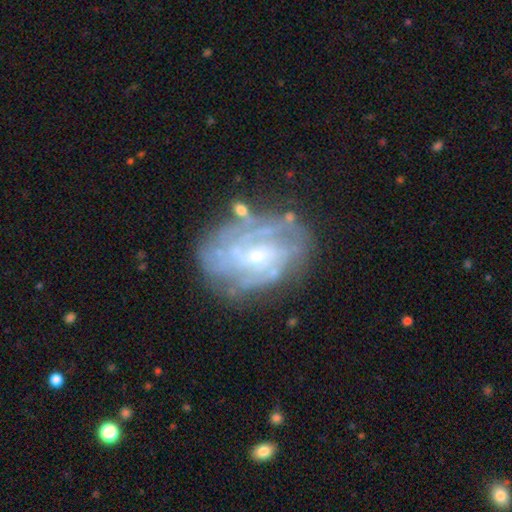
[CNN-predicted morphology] Q: Smooth or featured?
A: featured or disk (82%); runner-up: smooth (11%)
Q: Edge-on disk?
A: no (97%); runner-up: yes (3%)
Q: Bar?
A: no (55%); runner-up: weak (37%)
Q: Spiral arms?
A: yes (85%); runner-up: no (15%)
Q: Spiral winding?
A: tight (54%); runner-up: medium (34%)
Q: Spiral arm count?
A: can't tell (42%); runner-up: 2 (17%)
Q: Bulge size?
A: small (76%); runner-up: moderate (18%)
Q: Merging?
A: none (65%); runner-up: minor disturbance (20%)